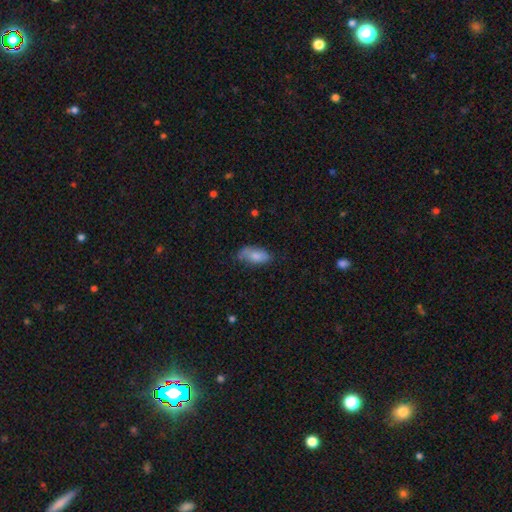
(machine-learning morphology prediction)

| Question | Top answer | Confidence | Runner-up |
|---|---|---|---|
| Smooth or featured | smooth | 79% | featured or disk (14%) |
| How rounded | in between | 89% | cigar-shaped (8%) |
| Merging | none | 57% | minor disturbance (31%) |